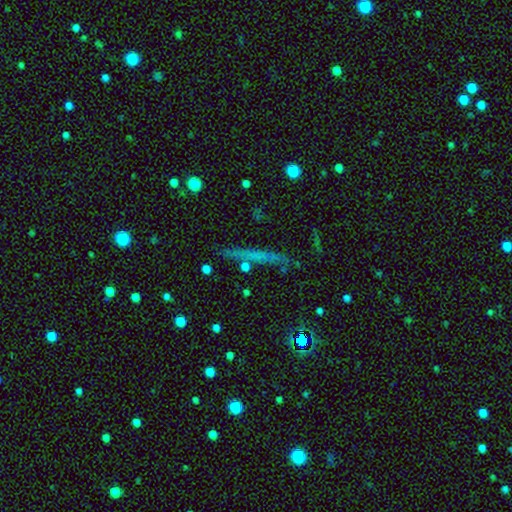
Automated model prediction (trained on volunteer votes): Q: Smooth or featured?
A: featured or disk (42%); tied with: smooth (42%)
Q: Merging?
A: none (83%); runner-up: minor disturbance (11%)